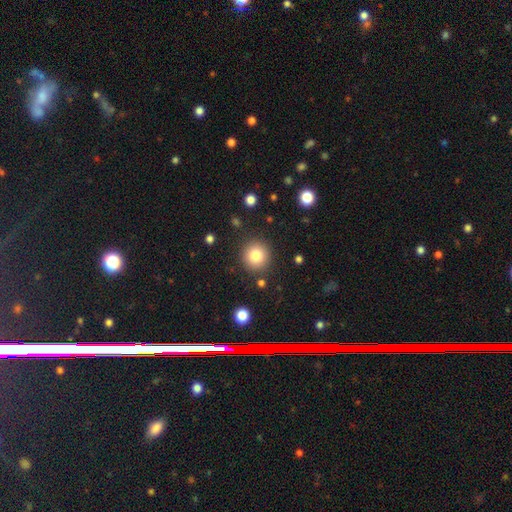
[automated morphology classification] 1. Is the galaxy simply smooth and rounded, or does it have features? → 82% smooth, 10% star or artifact, 8% featured or disk.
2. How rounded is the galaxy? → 93% round, 6% in between, 1% cigar-shaped.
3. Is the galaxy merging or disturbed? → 88% none, 7% minor disturbance, 3% major disturbance, 2% merger.